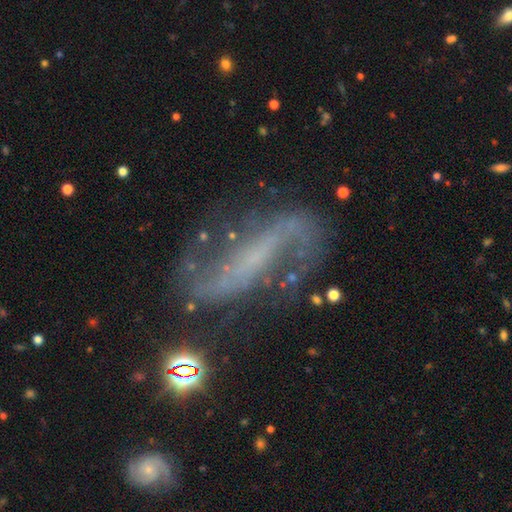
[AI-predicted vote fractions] Overall: featured or disk (84%). Edge-on disk: no (93%). Bar: strong (40%; weak 34%). Spiral arms: yes (92%). Spiral arm count: 2 (89%). Spiral winding: loose (66%; medium 26%). Bulge size: none (49%; small 38%). Merging: none (65%).